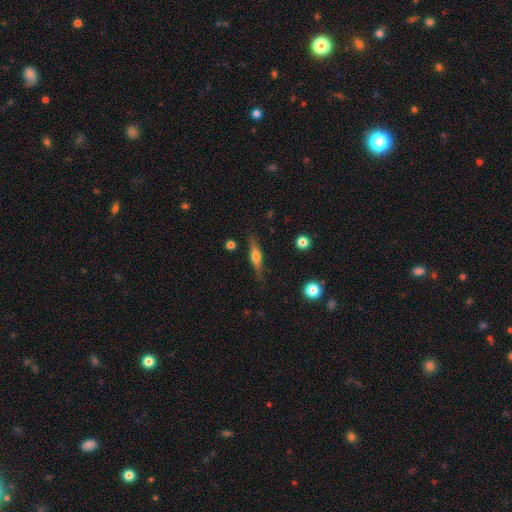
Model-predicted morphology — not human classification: smooth-or-featured: featured or disk: 54% | smooth: 39% | star or artifact: 7%
  disk-edge-on: yes: 94% | no: 6%
    edge-on-bulge: rounded: 86% | boxy: 9% | none: 5%
  merging: none: 83% | minor disturbance: 13% | major disturbance: 3% | merger: 2%